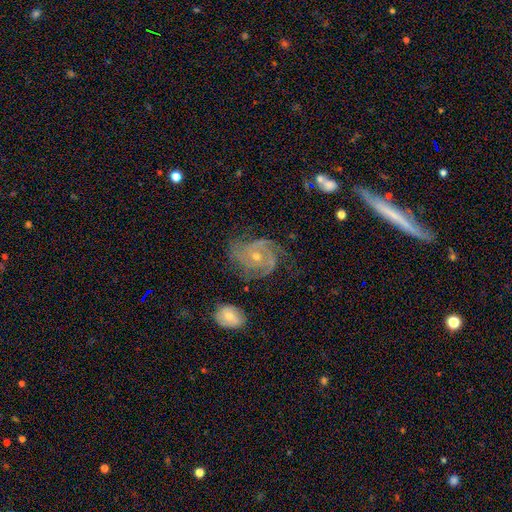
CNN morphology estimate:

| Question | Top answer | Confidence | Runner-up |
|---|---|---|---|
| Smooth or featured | featured or disk | 89% | star or artifact (6%) |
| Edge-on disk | no | 98% | yes (2%) |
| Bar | no | 71% | weak (23%) |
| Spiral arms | yes | 98% | no (2%) |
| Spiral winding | tight | 58% | medium (36%) |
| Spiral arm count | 3 | 48% | 2 (16%) |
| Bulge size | small | 54% | moderate (43%) |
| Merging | none | 67% | minor disturbance (20%) |